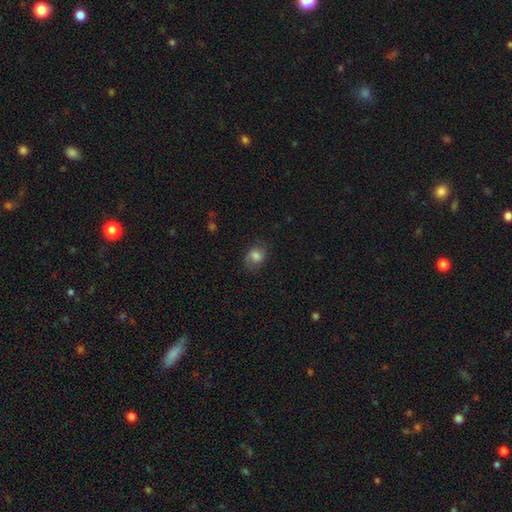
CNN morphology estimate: Smooth or featured: smooth — 71% (featured or disk — 19%)
How rounded: in between — 53% (round — 46%)
Merging: none — 69% (minor disturbance — 22%)